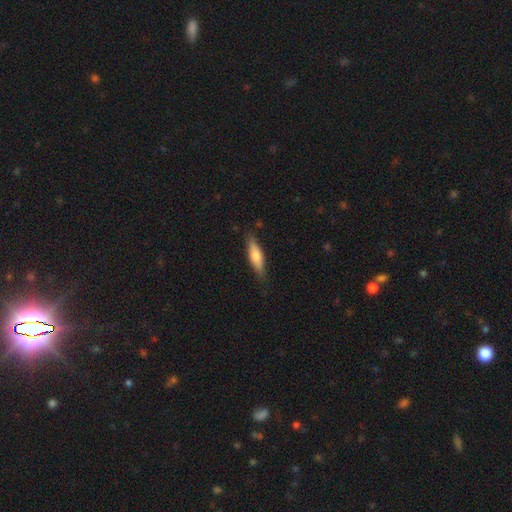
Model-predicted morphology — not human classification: This appears to be a smooth galaxy with no disk features (67%) that is cigar-shaped (62%). Merging: none (83%).